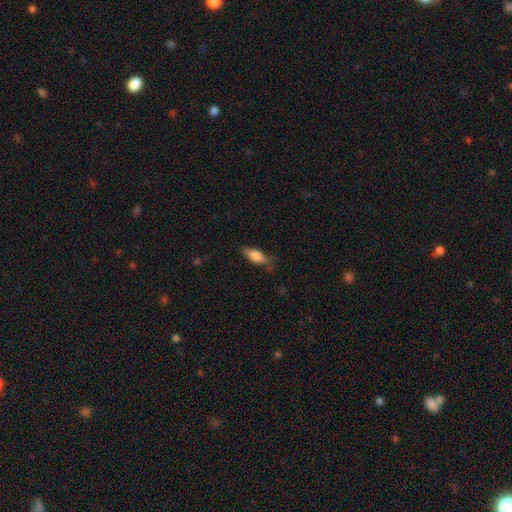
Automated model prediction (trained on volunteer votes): This is likely a smooth galaxy (77%). How rounded: likely in between (66%). Merging: likely none (67%).